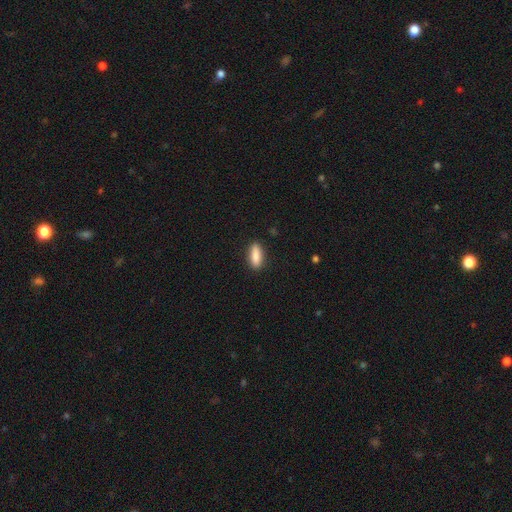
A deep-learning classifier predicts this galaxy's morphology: smooth-or-featured: smooth: 86% | featured or disk: 8% | star or artifact: 7%
  how-rounded: in between: 58% | cigar-shaped: 39% | round: 3%
  merging: none: 86% | minor disturbance: 10% | major disturbance: 2% | merger: 1%